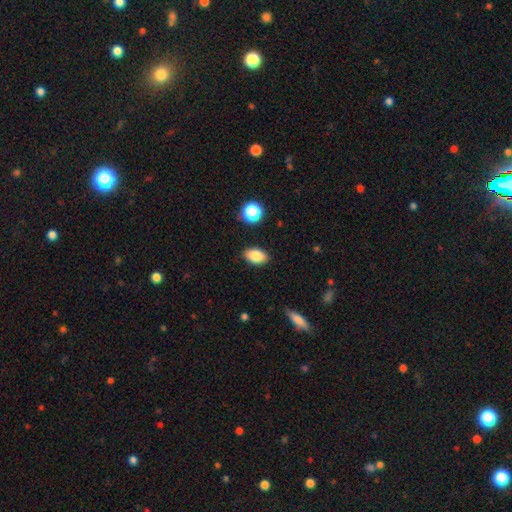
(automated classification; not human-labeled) Smooth or featured?
  - smooth: 84% *
  - star or artifact: 9%
  - featured or disk: 7%
How rounded?
  - in between: 89% *
  - round: 9%
  - cigar-shaped: 2%
Merging?
  - none: 87% *
  - minor disturbance: 10%
  - major disturbance: 2%
  - merger: 2%